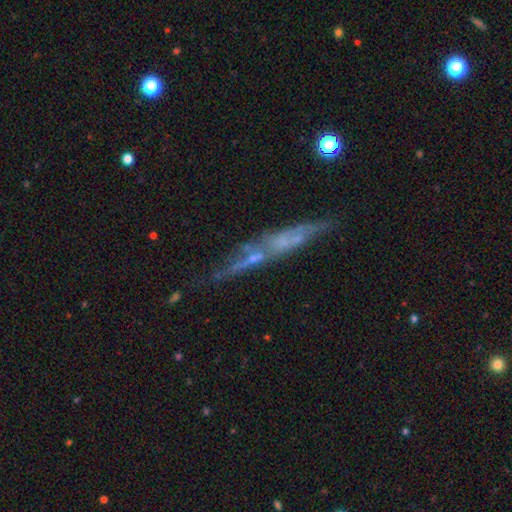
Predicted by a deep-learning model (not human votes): smooth-or-featured: featured or disk: 61% | smooth: 26% | star or artifact: 13%
  disk-edge-on: yes: 74% | no: 26%
  merging: none: 58% | minor disturbance: 20% | merger: 11% | major disturbance: 11%